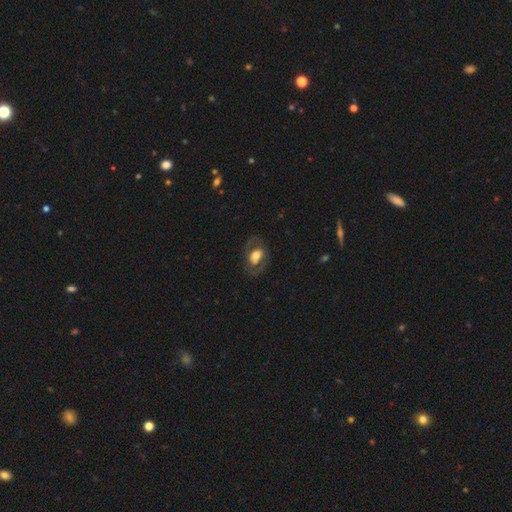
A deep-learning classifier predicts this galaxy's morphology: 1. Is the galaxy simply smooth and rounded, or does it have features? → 55% featured or disk, 38% smooth, 6% star or artifact.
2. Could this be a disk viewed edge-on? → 93% no, 7% yes.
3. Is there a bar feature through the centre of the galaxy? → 60% no, 26% weak, 13% strong.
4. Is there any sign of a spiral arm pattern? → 55% no, 45% yes.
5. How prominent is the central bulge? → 50% moderate, 38% large, 7% small, 3% dominant, 2% none.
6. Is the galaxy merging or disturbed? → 73% none, 14% minor disturbance, 11% major disturbance, 1% merger.